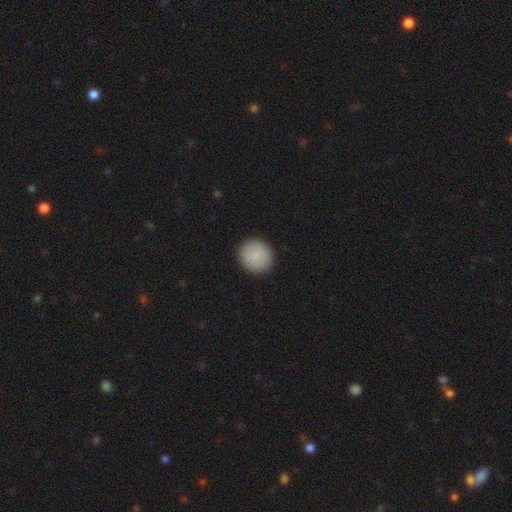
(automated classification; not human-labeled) smooth-or-featured: smooth: 87% | star or artifact: 7% | featured or disk: 6%
  how-rounded: round: 88% | in between: 11% | cigar-shaped: 1%
  merging: none: 91% | minor disturbance: 6% | major disturbance: 2% | merger: 1%